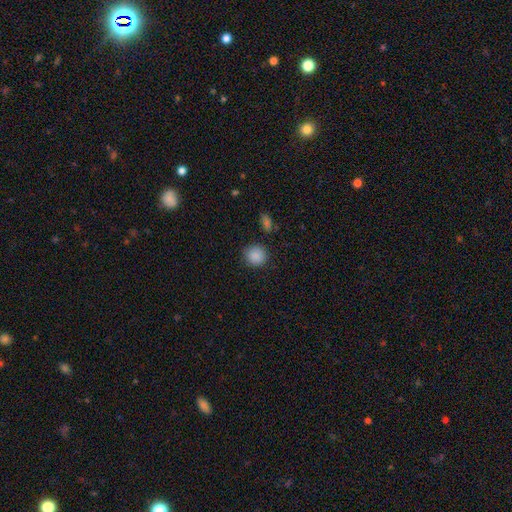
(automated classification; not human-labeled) Smooth or featured?
  - smooth: 88% *
  - star or artifact: 9%
  - featured or disk: 3%
How rounded?
  - round: 89% *
  - in between: 10%
  - cigar-shaped: 1%
Merging?
  - none: 88% *
  - minor disturbance: 8%
  - major disturbance: 3%
  - merger: 2%